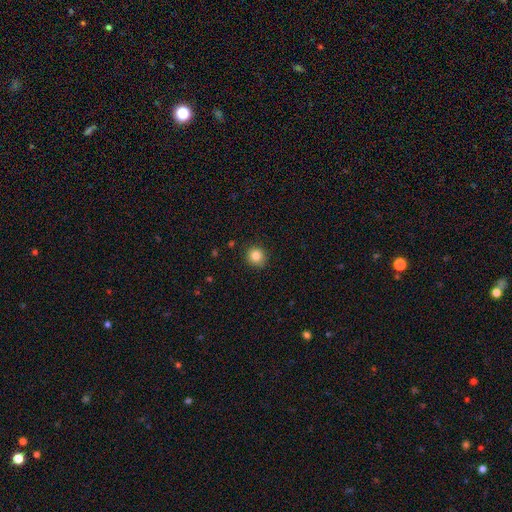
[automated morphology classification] Q: Smooth or featured?
A: smooth (85%); runner-up: star or artifact (11%)
Q: How rounded?
A: round (94%); runner-up: in between (5%)
Q: Merging?
A: none (90%); runner-up: minor disturbance (7%)